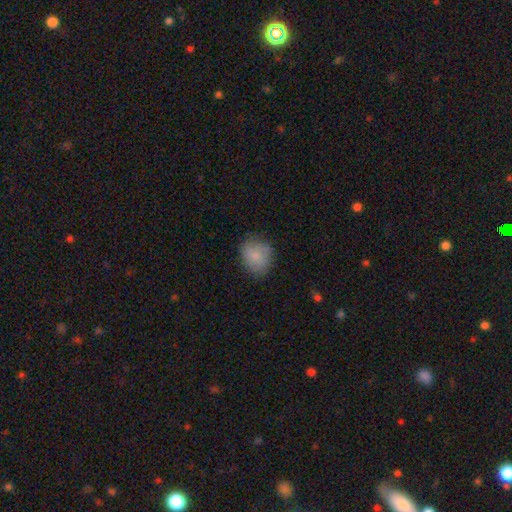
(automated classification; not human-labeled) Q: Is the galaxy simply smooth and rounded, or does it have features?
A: smooth — 84%.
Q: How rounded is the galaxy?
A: round — 67%.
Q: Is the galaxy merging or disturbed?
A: none — 76%.